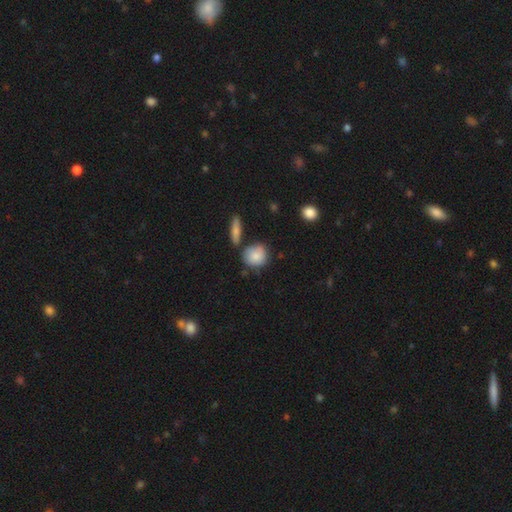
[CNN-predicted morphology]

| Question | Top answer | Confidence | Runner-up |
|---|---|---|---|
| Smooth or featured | smooth | 83% | featured or disk (10%) |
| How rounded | round | 73% | in between (24%) |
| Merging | none | 61% | minor disturbance (21%) |